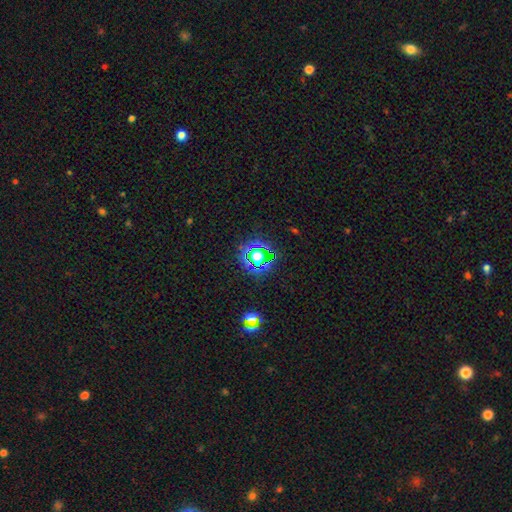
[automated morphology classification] smooth_or_featured: star or artifact (p=0.56) [alt: smooth p=0.33]